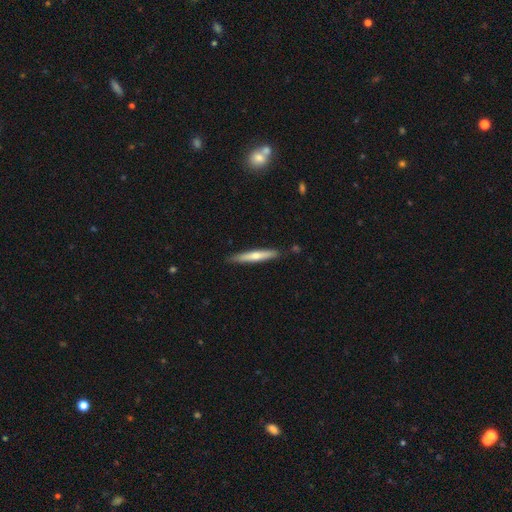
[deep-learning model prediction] This is possibly a smooth galaxy (57%). How rounded: clearly cigar-shaped (93%). Merging: clearly none (87%).